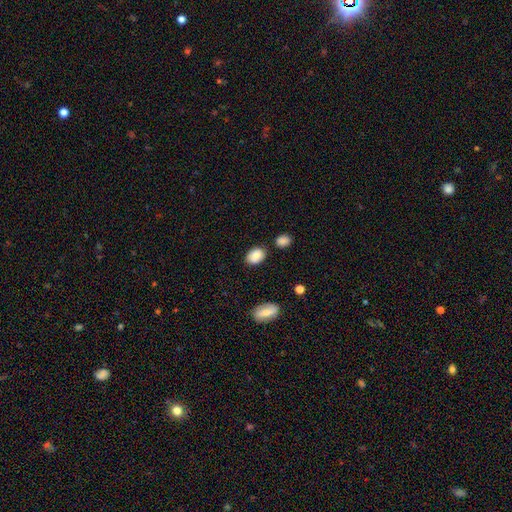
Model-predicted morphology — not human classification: Overall: smooth (85%). How rounded: in between (82%). Merging: none (75%).